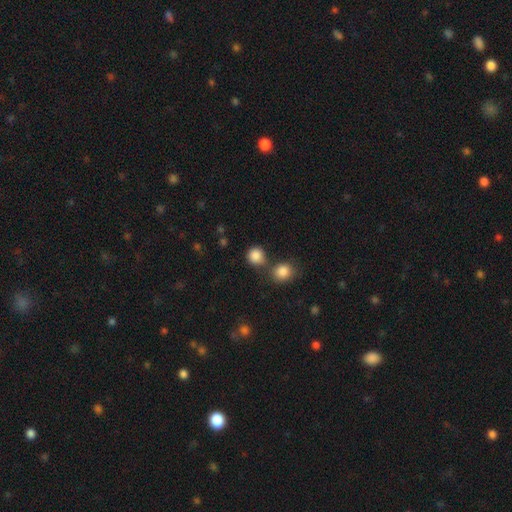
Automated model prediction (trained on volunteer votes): Smooth or featured: smooth — 86% (star or artifact — 10%)
How rounded: round — 89% (in between — 10%)
Merging: none — 65% (merger — 22%)